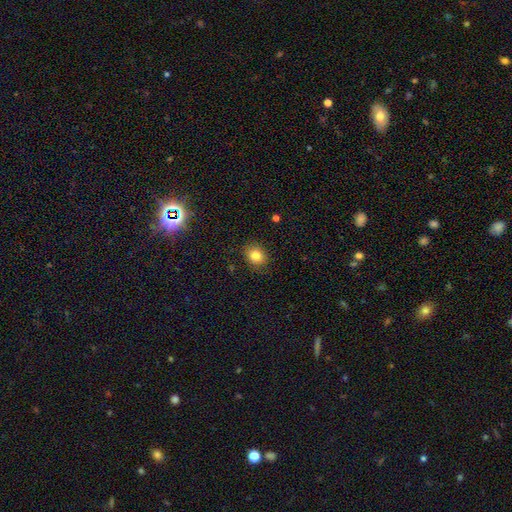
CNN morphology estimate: This is clearly a smooth galaxy (81%). How rounded: possibly round (58%). Merging: clearly none (86%).